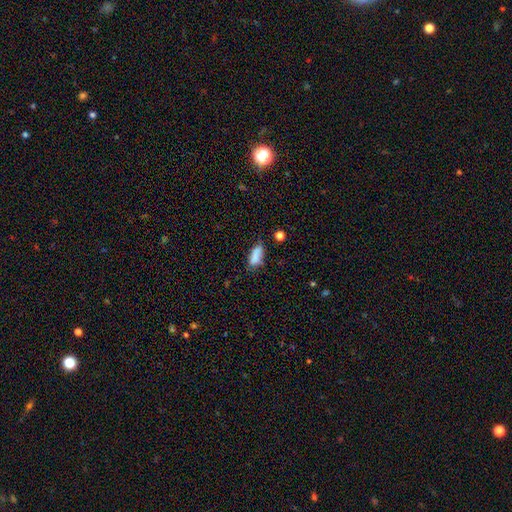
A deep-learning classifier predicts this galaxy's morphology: The model was most divided on "merging": none: 58%, minor disturbance: 29%, major disturbance: 8%, merger: 5%. More confident: smooth or featured — smooth (82%); how rounded — in between (79%).